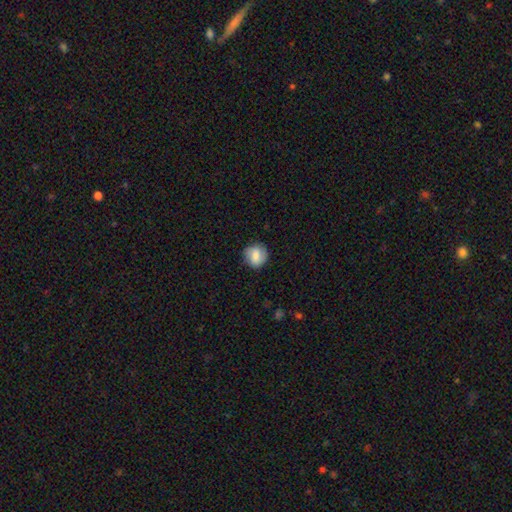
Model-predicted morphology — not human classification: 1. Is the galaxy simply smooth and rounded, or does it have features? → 72% smooth, 20% featured or disk, 8% star or artifact.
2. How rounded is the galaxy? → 83% round, 16% in between, 1% cigar-shaped.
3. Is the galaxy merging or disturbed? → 81% none, 14% minor disturbance, 4% major disturbance, 1% merger.